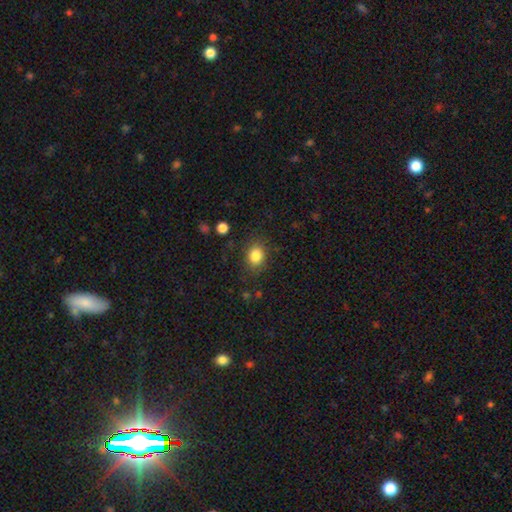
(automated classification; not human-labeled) Q: Smooth or featured?
A: smooth (84%); runner-up: star or artifact (10%)
Q: How rounded?
A: round (56%); runner-up: in between (43%)
Q: Merging?
A: none (82%); runner-up: minor disturbance (12%)